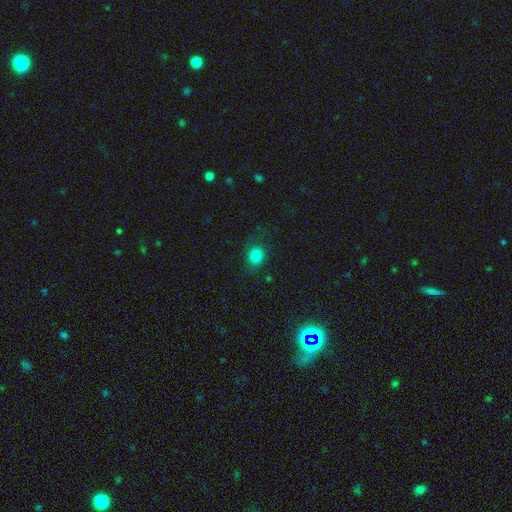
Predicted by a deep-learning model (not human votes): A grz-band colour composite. It shows a smooth galaxy with no disk features (81%) that is round (70%). Merging: none (75%).